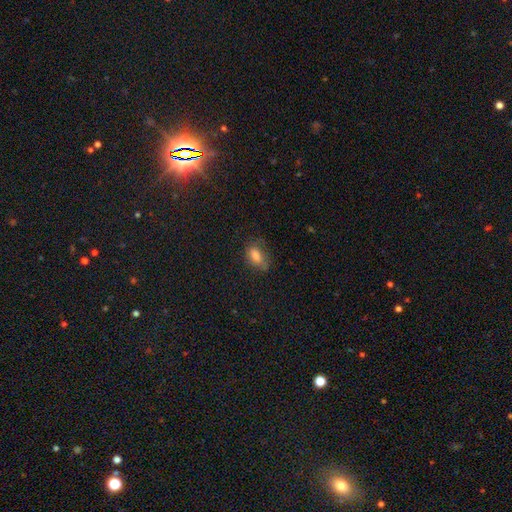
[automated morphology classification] A smooth galaxy with no disk features (77%) that is in between round and cigar-shaped (83%). Merging: none (61%).